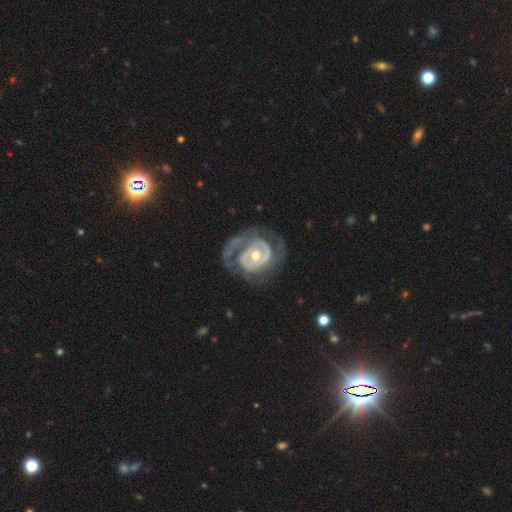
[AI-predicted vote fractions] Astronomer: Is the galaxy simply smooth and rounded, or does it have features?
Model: featured or disk — 84%.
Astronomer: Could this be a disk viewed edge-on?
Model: no — 97%.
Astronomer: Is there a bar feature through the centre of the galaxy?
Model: no — 61%.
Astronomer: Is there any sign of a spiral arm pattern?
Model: yes — 76%.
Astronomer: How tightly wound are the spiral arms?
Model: tight — 52% (runner-up: medium, 32%).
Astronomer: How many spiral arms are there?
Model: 2 — 47% (runner-up: can't tell, 22%).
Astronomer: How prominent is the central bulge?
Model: moderate — 73%.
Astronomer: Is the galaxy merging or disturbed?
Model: none — 51% (runner-up: major disturbance, 27%).